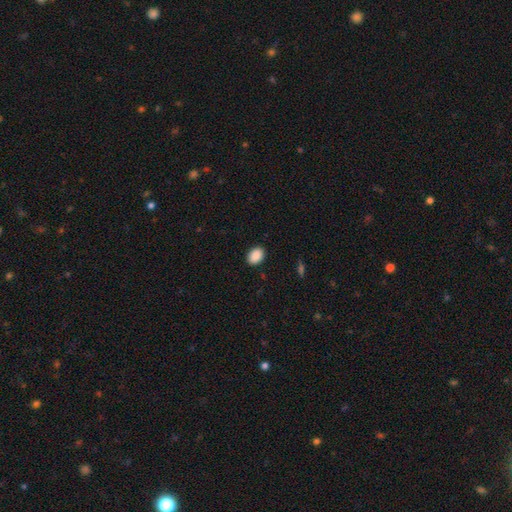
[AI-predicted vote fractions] Smooth or featured: smooth — 90% (star or artifact — 7%)
How rounded: in between — 76% (round — 23%)
Merging: none — 90% (minor disturbance — 8%)